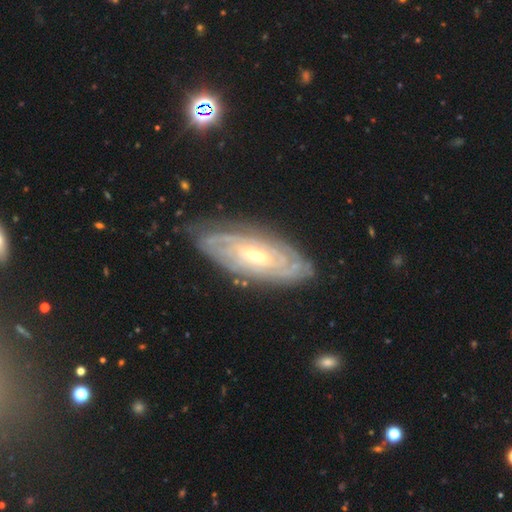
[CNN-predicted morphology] smooth_or_featured: featured or disk (p=0.86) [alt: smooth p=0.08]
disk_edge_on: no (p=0.90) [alt: yes p=0.10]
bar: no (p=0.43) [alt: weak p=0.41]
has_spiral_arms: yes (p=0.96) [alt: no p=0.04]
spiral_winding: tight (p=0.81) [alt: medium p=0.15]
spiral_arm_count: can't tell (p=0.43) [alt: 4 p=0.14]
bulge_size: small (p=0.48) [tied with: moderate p=0.48]
merging: none (p=0.80) [alt: minor disturbance p=0.15]